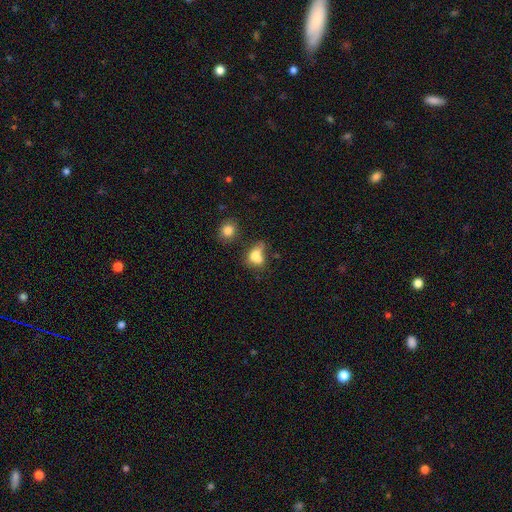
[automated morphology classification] Smooth or featured? smooth (70%)
How rounded? in between (66%)
Merging? merger (33%)